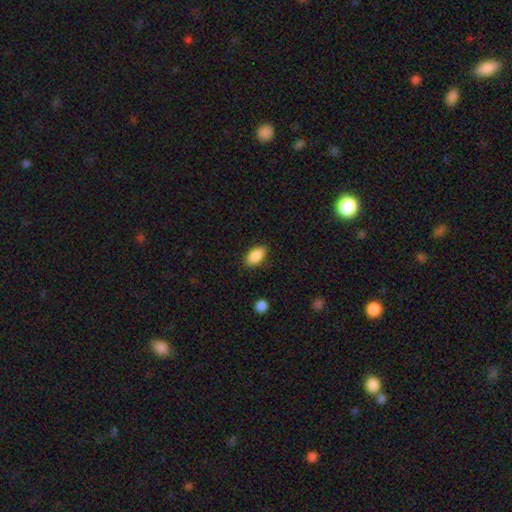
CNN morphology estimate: type=smooth (89%); roundness=in between (93%); merging=none (86%).